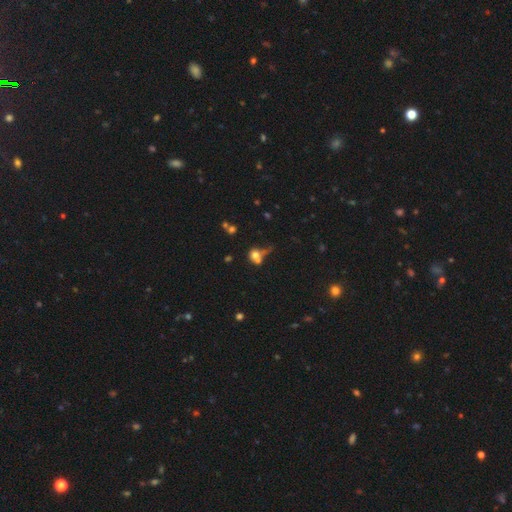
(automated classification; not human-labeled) Q: Smooth or featured?
A: smooth (66%); runner-up: featured or disk (19%)
Q: How rounded?
A: round (55%); runner-up: in between (41%)
Q: Merging?
A: merger (40%); runner-up: none (29%)